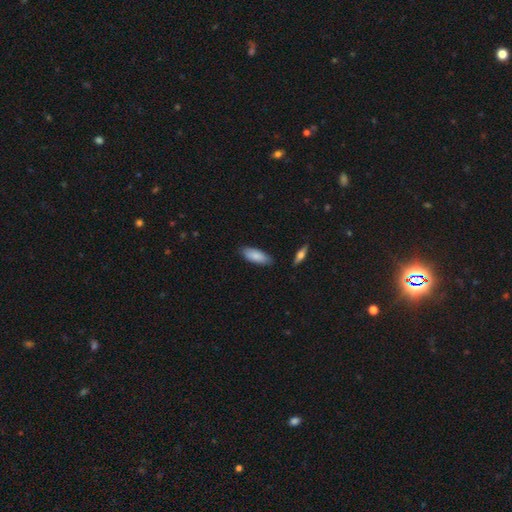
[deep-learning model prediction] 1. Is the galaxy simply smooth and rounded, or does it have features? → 85% smooth, 9% featured or disk, 6% star or artifact.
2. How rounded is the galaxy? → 73% in between, 25% cigar-shaped, 2% round.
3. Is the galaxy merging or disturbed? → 84% none, 12% minor disturbance, 2% major disturbance, 2% merger.